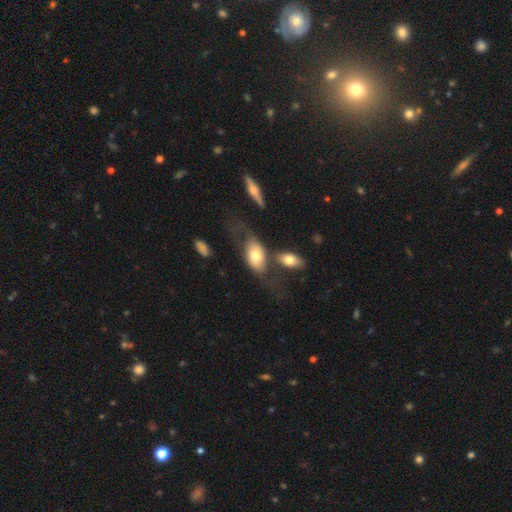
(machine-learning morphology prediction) Overall: smooth (61%; featured or disk 33%). How rounded: in between (89%). Merging: none (34%; merger 28%).